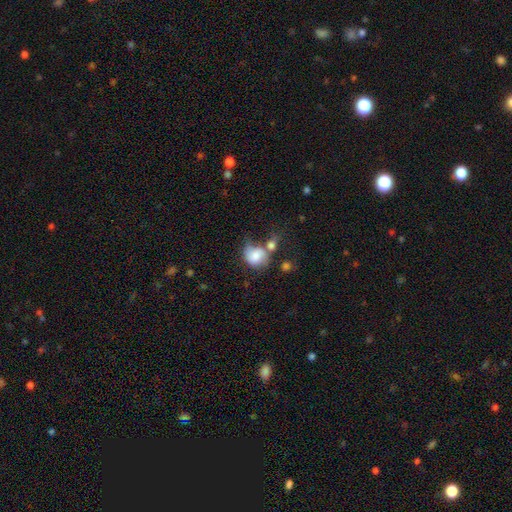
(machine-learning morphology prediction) A smooth galaxy with no disk features (68%) that is round (63%). Merging: merger (35%).